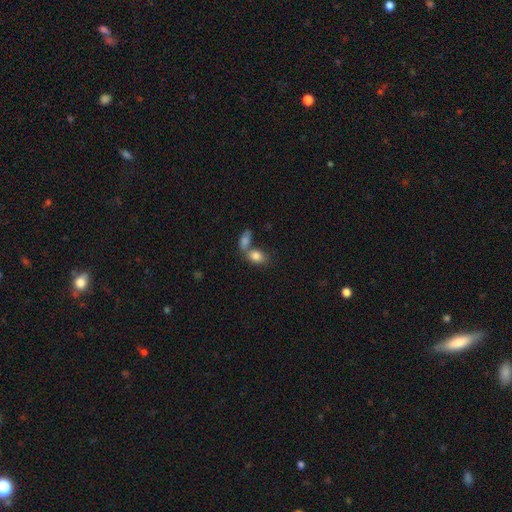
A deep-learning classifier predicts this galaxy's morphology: smooth_or_featured: smooth (p=0.83) [alt: featured or disk p=0.10]
how_rounded: in between (p=0.81) [alt: round p=0.16]
merging: merger (p=0.51) [alt: none p=0.36]